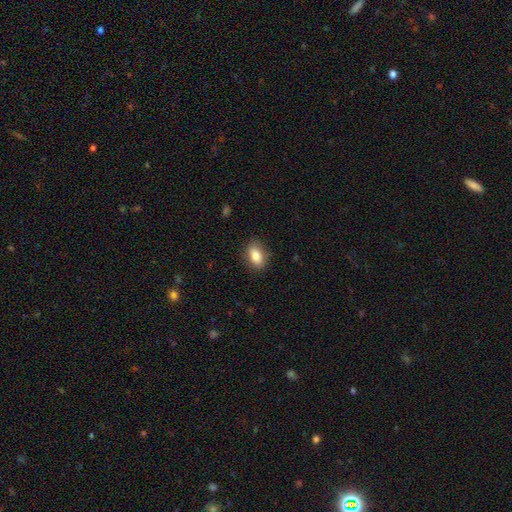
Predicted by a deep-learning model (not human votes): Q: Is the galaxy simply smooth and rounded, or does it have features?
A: smooth — 82%.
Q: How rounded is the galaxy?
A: in between — 87%.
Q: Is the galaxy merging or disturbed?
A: none — 86%.